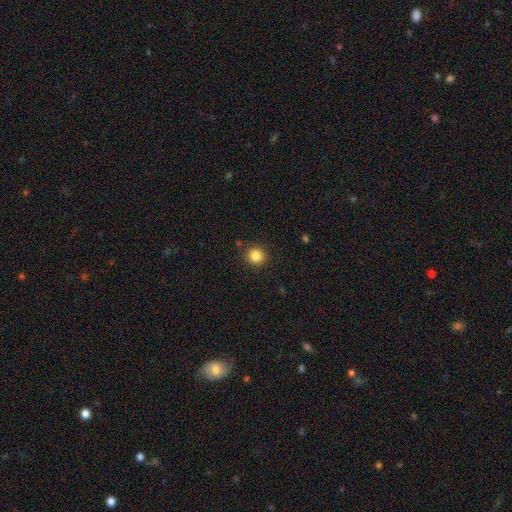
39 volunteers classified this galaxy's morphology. Smooth or featured: smooth — 85% (featured or disk — 10%)
How rounded: round — 79% (in between — 18%)
Merging: none — 84% (merger — 8%)